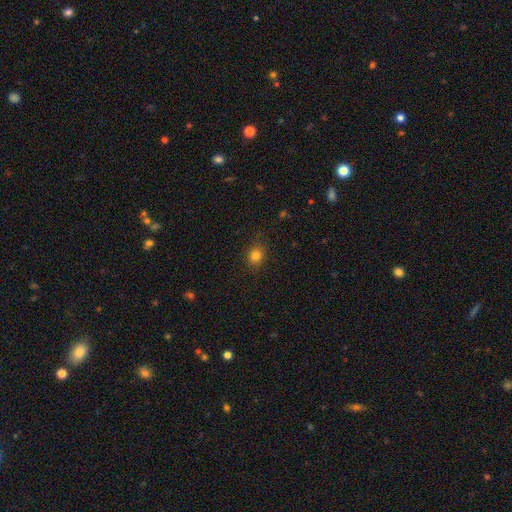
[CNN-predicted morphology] type=smooth (81%); roundness=round (74%); merging=none (87%).